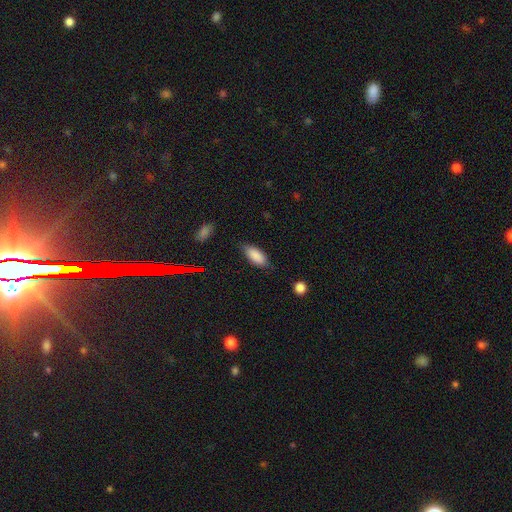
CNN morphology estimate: A smooth galaxy with no disk features (87%) that is in between round and cigar-shaped (86%).

Vote fractions:
- Smooth or featured? smooth: 87% / star or artifact: 7% / featured or disk: 6%
- How rounded? in between: 86% / cigar-shaped: 12% / round: 2%
- Merging? none: 77% / minor disturbance: 18% / major disturbance: 4% / merger: 2%